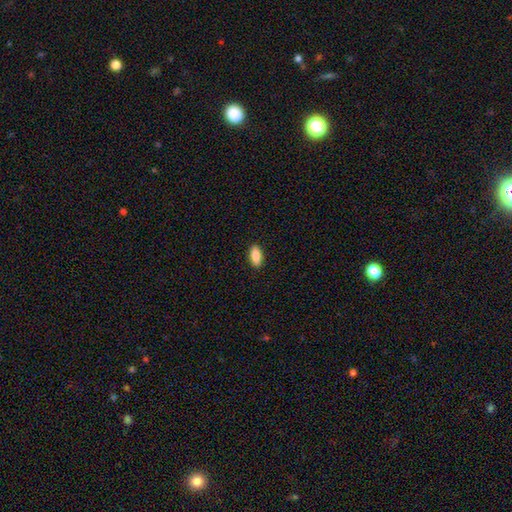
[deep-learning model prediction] Smooth or featured? smooth (86%)
How rounded? in between (87%)
Merging? none (90%)